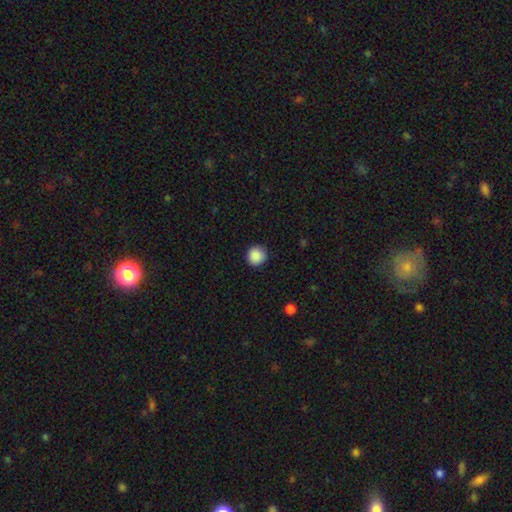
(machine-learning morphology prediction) Smooth or featured? Predicted: smooth (p=0.89). How rounded? Predicted: round (p=0.95). Merging? Predicted: none (p=0.90).